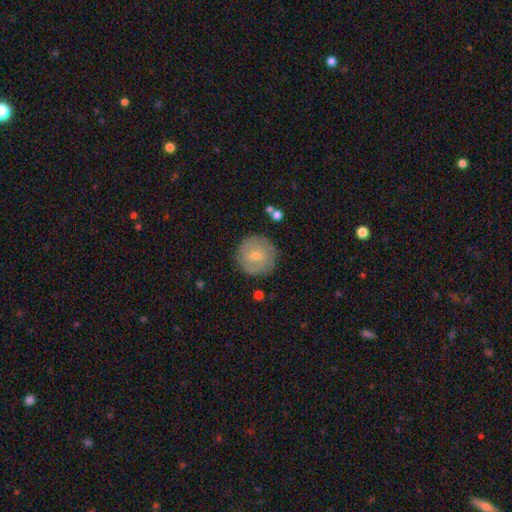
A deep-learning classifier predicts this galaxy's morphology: This is possibly a smooth galaxy (55%). How rounded: clearly round (94%). Merging: clearly none (82%).